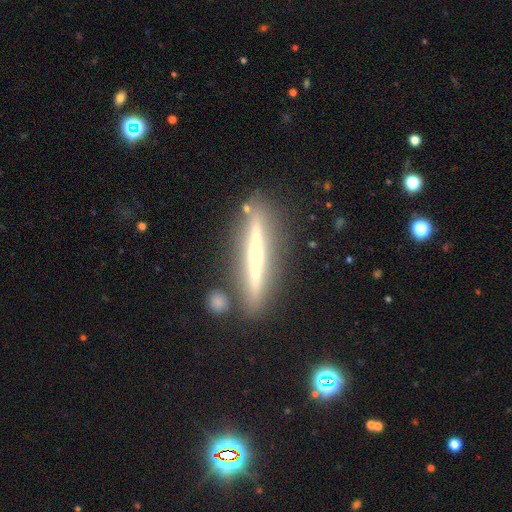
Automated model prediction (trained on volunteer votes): Overall: featured or disk (73%). Edge-on disk: yes (96%). Edge-on bulge: rounded (61%; none 31%). Merging: none (84%).